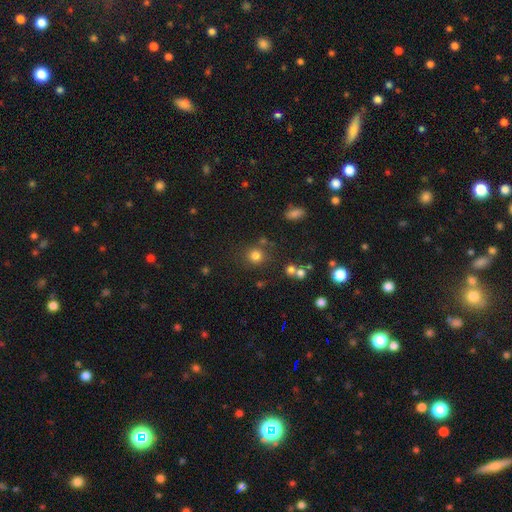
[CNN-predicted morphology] smooth-or-featured: smooth: 78% | star or artifact: 15% | featured or disk: 7%
  how-rounded: round: 86% | in between: 13% | cigar-shaped: 1%
  merging: none: 74% | minor disturbance: 11% | merger: 10% | major disturbance: 5%